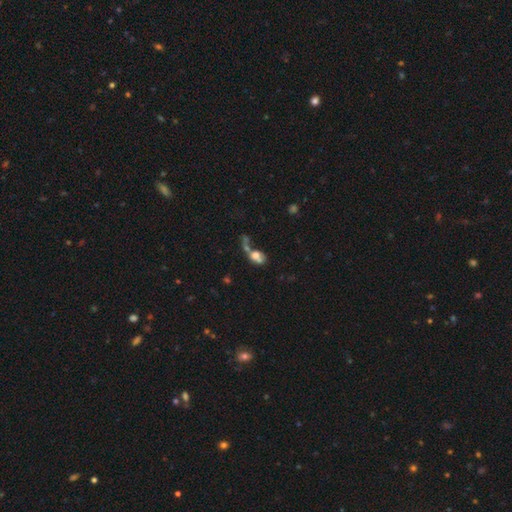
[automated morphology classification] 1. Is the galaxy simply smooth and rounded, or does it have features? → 61% smooth, 26% featured or disk, 13% star or artifact.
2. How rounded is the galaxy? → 61% in between, 35% round, 4% cigar-shaped.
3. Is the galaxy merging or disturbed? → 55% merger, 19% major disturbance, 17% none, 9% minor disturbance.